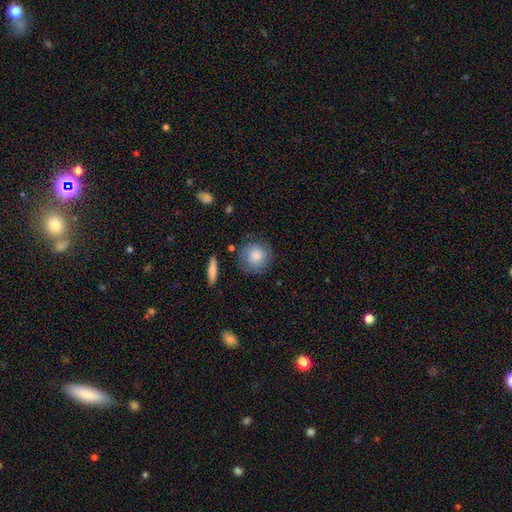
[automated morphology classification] This is likely a smooth galaxy (78%). How rounded: clearly round (91%). Merging: likely none (74%).